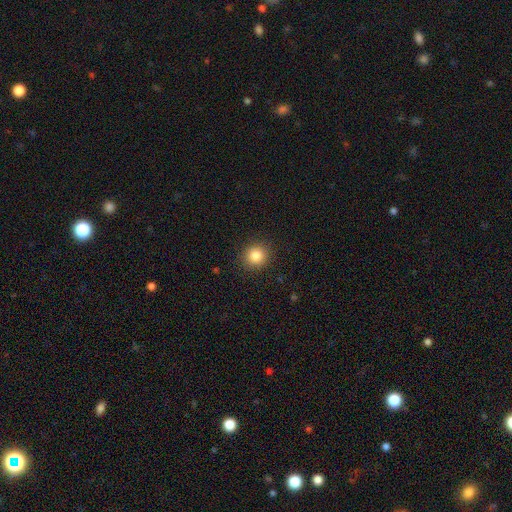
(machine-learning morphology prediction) Smooth or featured: smooth — 84% (star or artifact — 11%)
How rounded: round — 91% (in between — 8%)
Merging: none — 91% (minor disturbance — 6%)